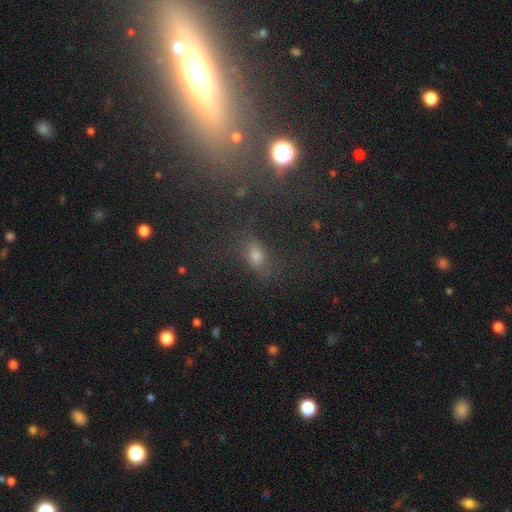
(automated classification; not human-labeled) Morphology: type=smooth (62%); roundness=in between (73%); merging=none (70%).